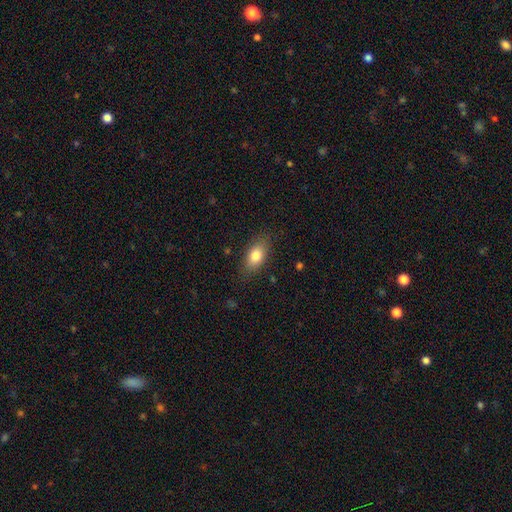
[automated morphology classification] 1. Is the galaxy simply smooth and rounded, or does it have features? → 80% smooth, 12% featured or disk, 8% star or artifact.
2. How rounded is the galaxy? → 85% in between, 8% round, 7% cigar-shaped.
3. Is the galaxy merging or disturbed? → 82% none, 13% minor disturbance, 3% major disturbance, 1% merger.